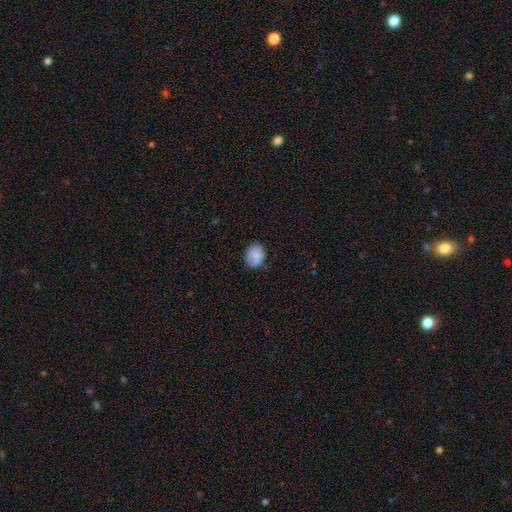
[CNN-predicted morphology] Overall: smooth (82%). How rounded: round (50%; in between 49%). Merging: none (77%).